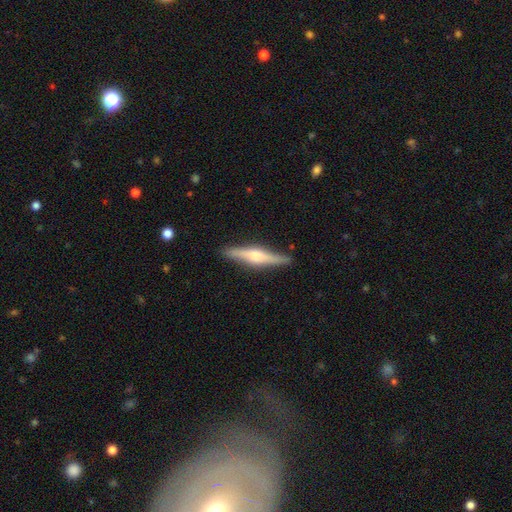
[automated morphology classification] smooth_or_featured: featured or disk (p=0.67) [alt: smooth p=0.27]
disk_edge_on: yes (p=0.97) [alt: no p=0.03]
edge_on_bulge: rounded (p=0.78) [alt: boxy p=0.16]
merging: none (p=0.88) [alt: minor disturbance p=0.09]